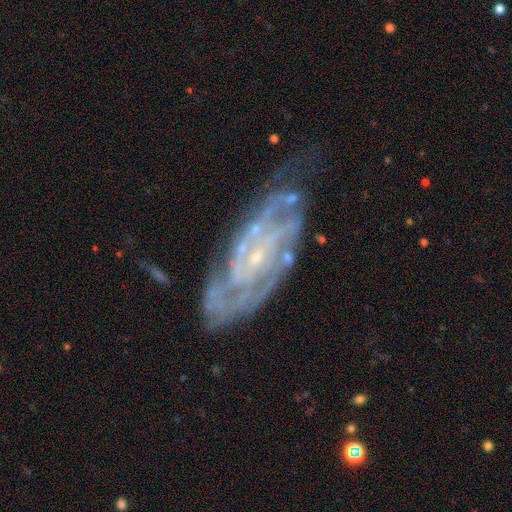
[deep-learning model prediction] Smooth or featured?
  - featured or disk: 88% *
  - star or artifact: 6%
  - smooth: 6%
Edge-on disk?
  - no: 92% *
  - yes: 8%
Bar?
  - no: 57% *
  - weak: 31%
  - strong: 12%
Spiral arms?
  - yes: 96% *
  - no: 4%
Spiral winding?
  - tight: 63% *
  - medium: 31%
  - loose: 6%
Spiral arm count?
  - 2: 32% *
  - can't tell: 26%
  - 3: 18%
  - 4: 12%
  - more than 4: 6%
  - 1: 6%
Bulge size?
  - small: 84% *
  - moderate: 9%
  - none: 5%
  - large: 1%
  - dominant: 1%
Merging?
  - none: 65% *
  - minor disturbance: 24%
  - major disturbance: 9%
  - merger: 2%